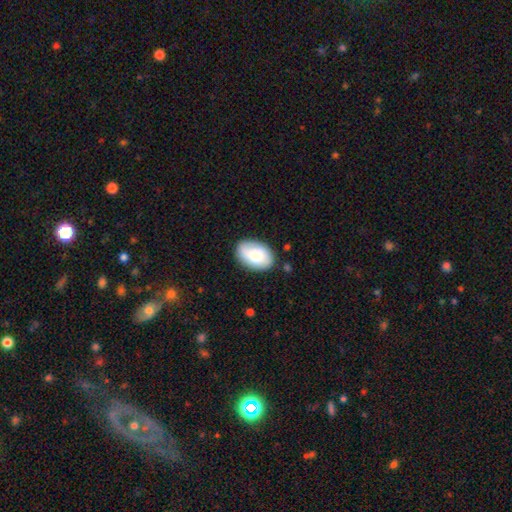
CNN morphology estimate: This appears to be a smooth galaxy with no disk features (76%) that is in between round and cigar-shaped (87%). Merging: none (82%).